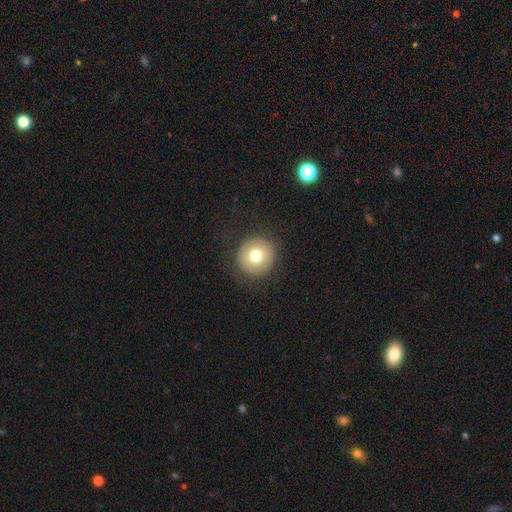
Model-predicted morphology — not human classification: smooth-or-featured: smooth: 73% | featured or disk: 17% | star or artifact: 10%
  how-rounded: round: 95% | in between: 4% | cigar-shaped: 1%
  merging: none: 88% | minor disturbance: 8% | major disturbance: 3% | merger: 1%